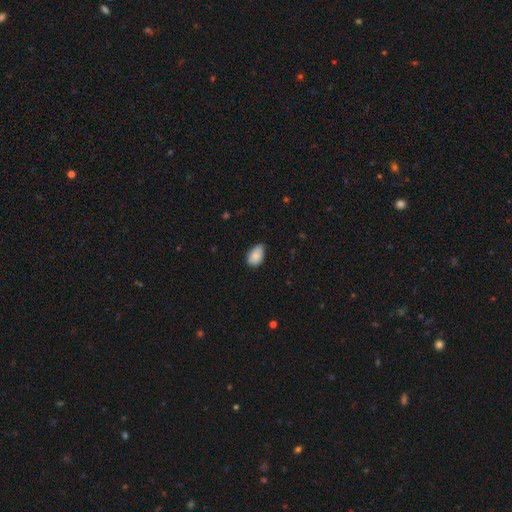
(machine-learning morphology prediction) Q: Smooth or featured?
A: smooth (86%); runner-up: featured or disk (7%)
Q: How rounded?
A: in between (90%); runner-up: round (8%)
Q: Merging?
A: none (56%); runner-up: minor disturbance (38%)